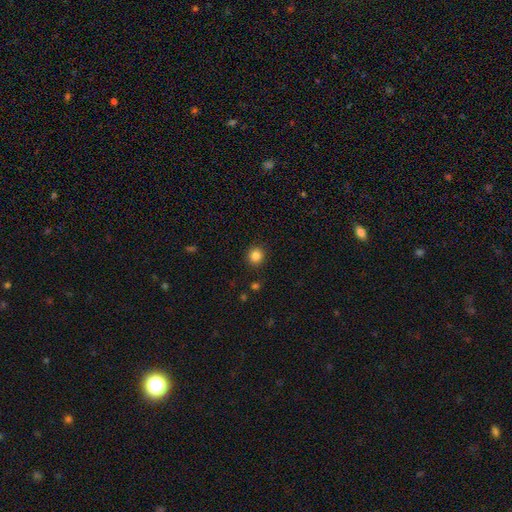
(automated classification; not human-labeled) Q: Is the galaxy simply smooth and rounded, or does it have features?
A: smooth — 85%.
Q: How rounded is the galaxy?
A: round — 90%.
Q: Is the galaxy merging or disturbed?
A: none — 90%.